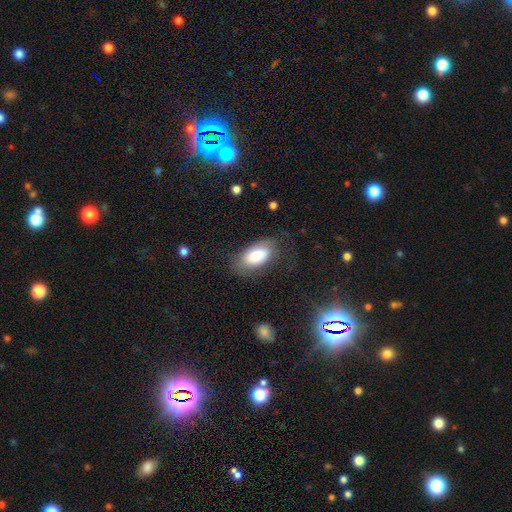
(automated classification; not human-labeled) A smooth galaxy with no disk features (73%) that is in between round and cigar-shaped (94%).

Vote fractions:
- Smooth or featured? smooth: 73% / featured or disk: 19% / star or artifact: 7%
- How rounded? in between: 94% / round: 4% / cigar-shaped: 2%
- Merging? none: 67% / minor disturbance: 20% / major disturbance: 11% / merger: 2%